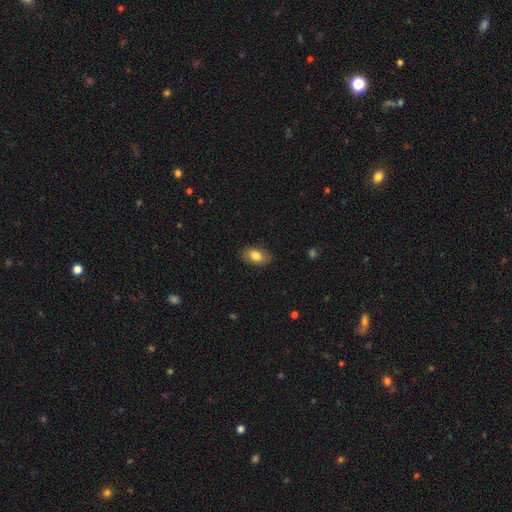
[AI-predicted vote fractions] Morphology: type=smooth (80%); roundness=in between (90%); merging=none (84%).